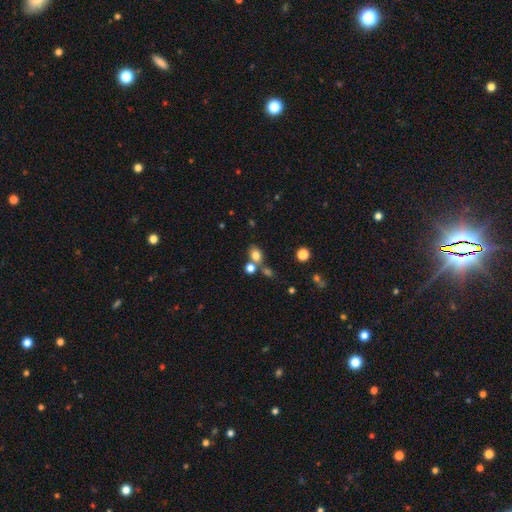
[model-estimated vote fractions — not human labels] This appears to be a smooth galaxy with no disk features (76%) that is in between round and cigar-shaped (58%). Merging: none (55%).